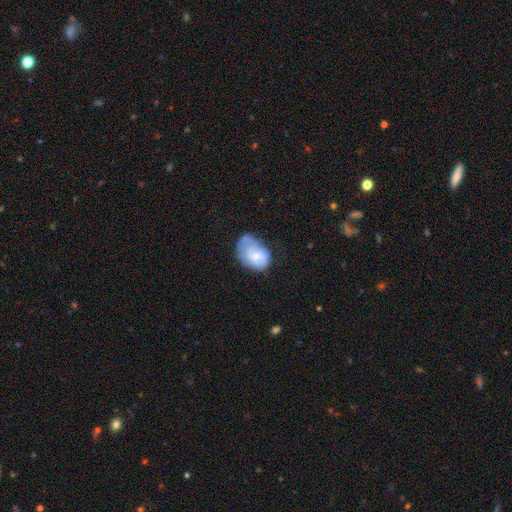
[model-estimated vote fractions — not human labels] smooth-or-featured: smooth: 54% | featured or disk: 39% | star or artifact: 8%
  how-rounded: in between: 79% | round: 20% | cigar-shaped: 1%
  merging: minor disturbance: 39% | none: 35% | major disturbance: 23% | merger: 4%